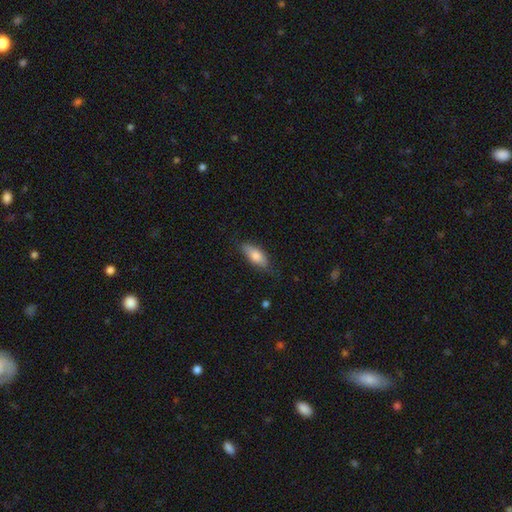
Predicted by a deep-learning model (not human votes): Smooth or featured? Predicted: smooth (p=0.77). How rounded? Predicted: in between (p=0.76). Merging? Predicted: none (p=0.77).